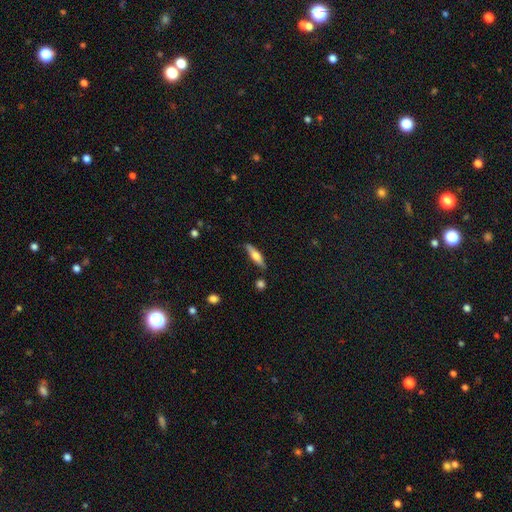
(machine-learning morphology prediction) This appears to be a smooth galaxy with no disk features (51%) that is cigar-shaped (65%). Merging: none (83%).